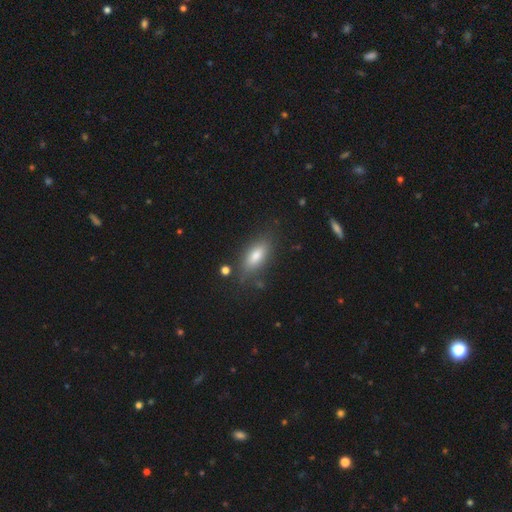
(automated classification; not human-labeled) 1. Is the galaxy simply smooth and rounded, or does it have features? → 74% smooth, 17% featured or disk, 9% star or artifact.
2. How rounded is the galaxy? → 76% in between, 20% cigar-shaped, 3% round.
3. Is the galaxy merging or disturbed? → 79% none, 14% minor disturbance, 4% major disturbance, 3% merger.